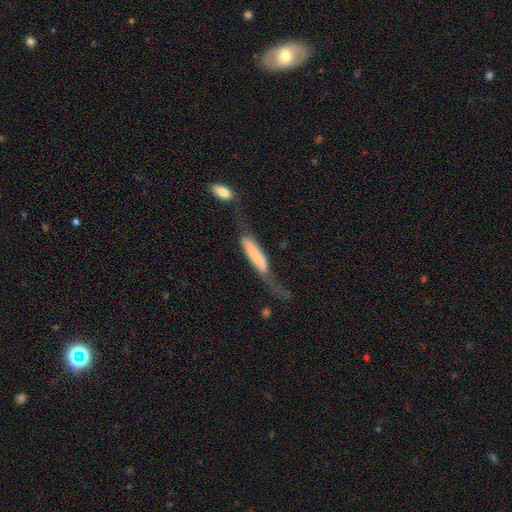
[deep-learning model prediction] smooth_or_featured: smooth (p=0.64) [alt: featured or disk p=0.29]
how_rounded: cigar-shaped (p=0.76) [alt: in between p=0.22]
merging: major disturbance (p=0.37) [alt: none p=0.23]